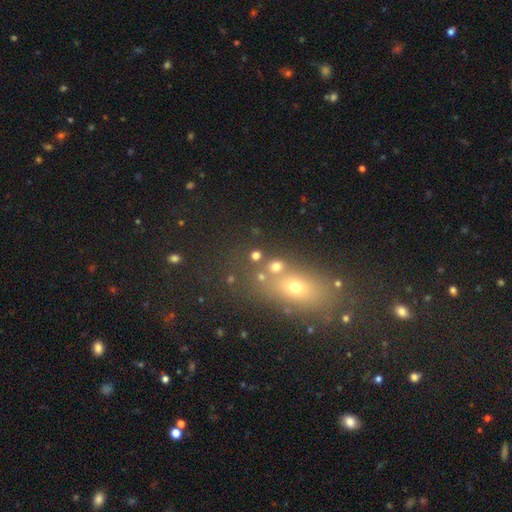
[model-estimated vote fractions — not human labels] Overall: smooth (67%). How rounded: round (74%). Merging: none (67%).